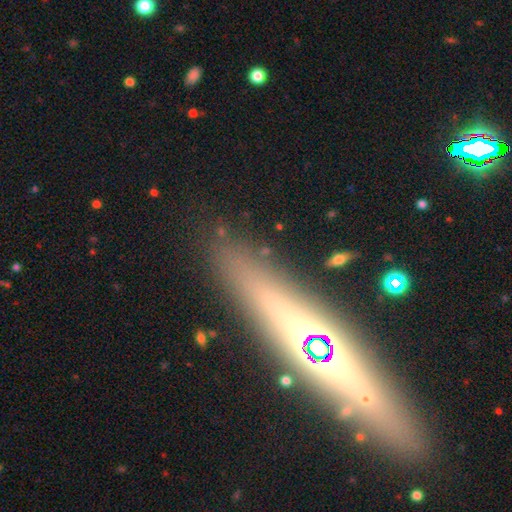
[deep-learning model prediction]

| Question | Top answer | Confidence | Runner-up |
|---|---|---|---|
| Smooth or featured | featured or disk | 57% | smooth (24%) |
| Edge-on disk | yes | 86% | no (14%) |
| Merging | none | 88% | minor disturbance (8%) |